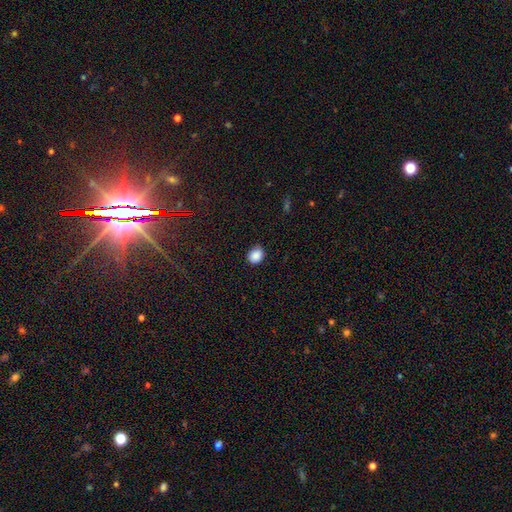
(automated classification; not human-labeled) A smooth galaxy with no disk features (88%) that is round (54%). Merging: none (82%).